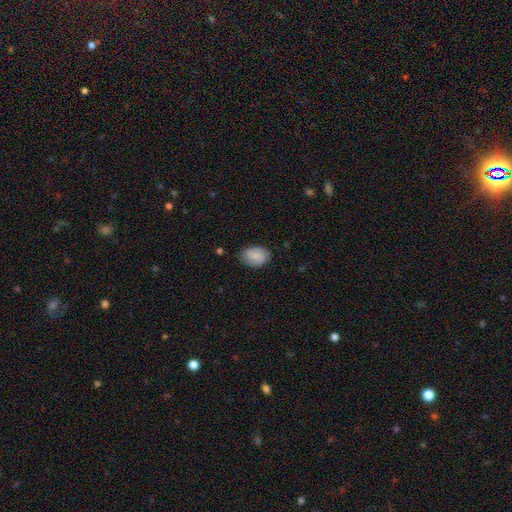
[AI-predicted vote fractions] The model was most divided on "smooth or featured": smooth: 54%, featured or disk: 38%, star or artifact: 7%. More confident: how rounded — in between (84%); merging — none (82%).